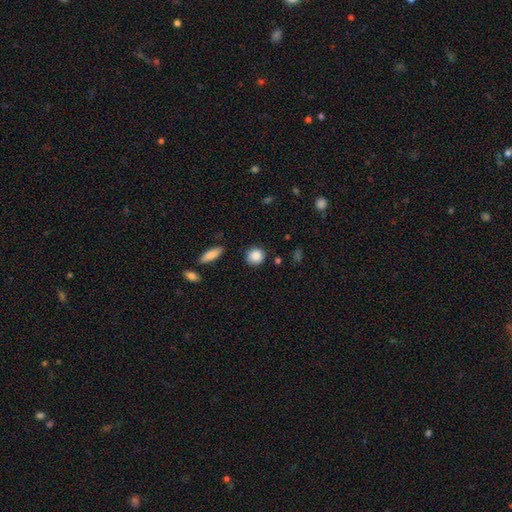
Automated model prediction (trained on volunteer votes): A smooth galaxy with no disk features (87%) that is round (87%). Merging: none (85%).